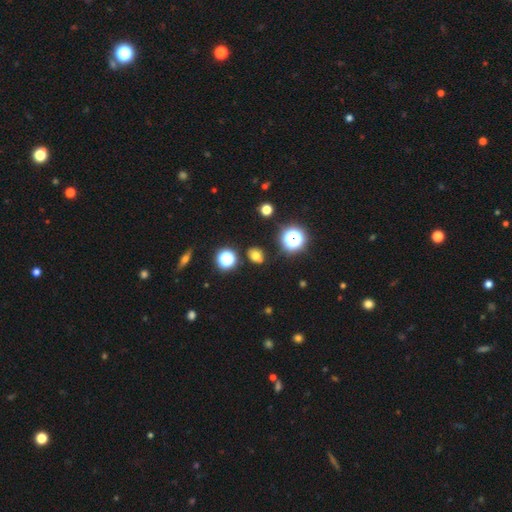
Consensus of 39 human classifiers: This appears to be a smooth galaxy with no disk features (79%) that is in between round and cigar-shaped (55%). Merging: none (63%).